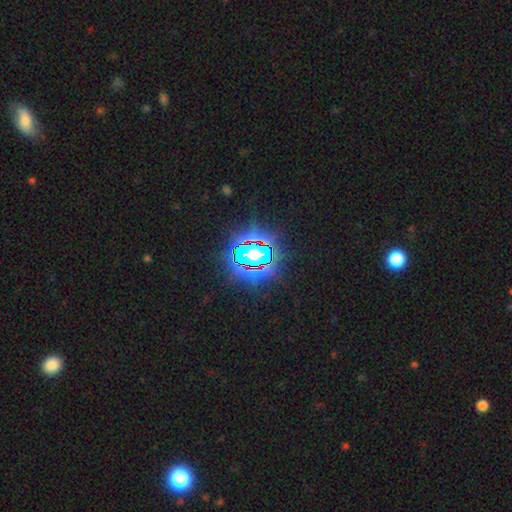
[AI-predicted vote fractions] The model was most divided on "smooth or featured": star or artifact: 74%, smooth: 15%, featured or disk: 11%.